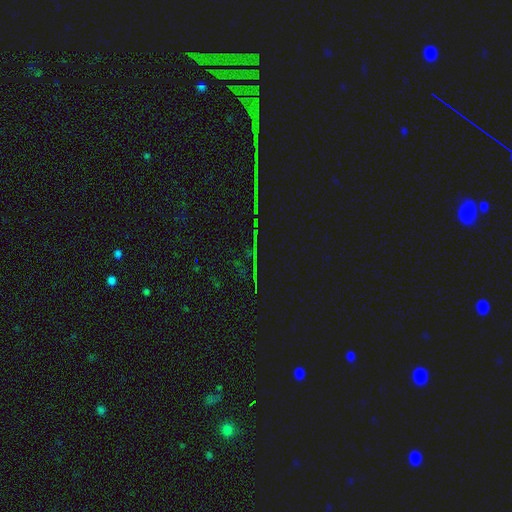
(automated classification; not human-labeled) smooth-or-featured: star or artifact: 86% | smooth: 7% | featured or disk: 7%